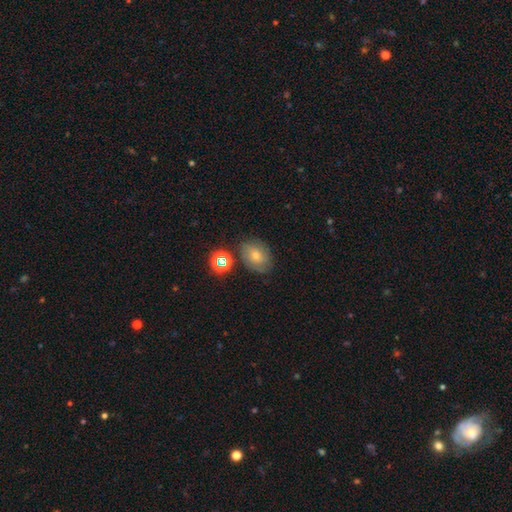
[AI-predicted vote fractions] smooth 64%, featured or disk 21%, star or artifact 15%. Down the decision tree: how rounded — in between (64%); merging — none (70%).